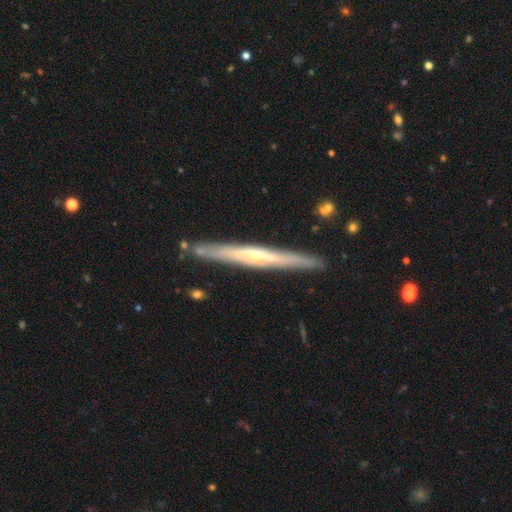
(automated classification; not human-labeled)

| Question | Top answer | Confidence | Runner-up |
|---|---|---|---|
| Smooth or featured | featured or disk | 73% | smooth (21%) |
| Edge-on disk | yes | 96% | no (4%) |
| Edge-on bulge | rounded | 62% | none (34%) |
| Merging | none | 88% | minor disturbance (8%) |